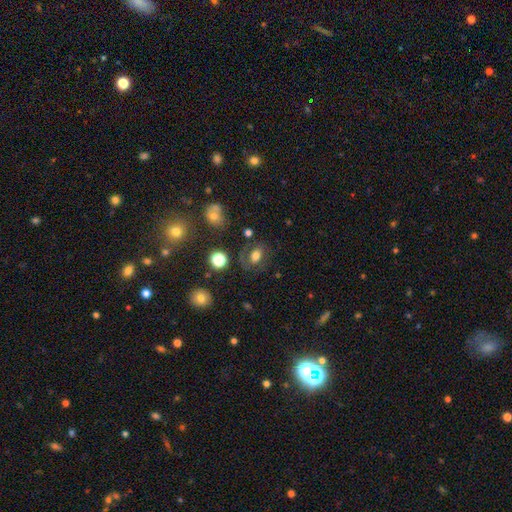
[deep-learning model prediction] The model was most divided on "smooth or featured": smooth: 61%, featured or disk: 26%, star or artifact: 13%. More confident: merging — none (68%); how rounded — in between (68%).